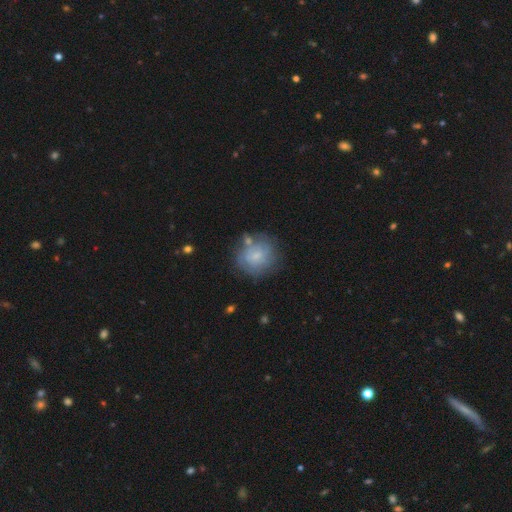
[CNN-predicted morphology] Smooth or featured? featured or disk (46%, tied with smooth)
Merging? none (66%)